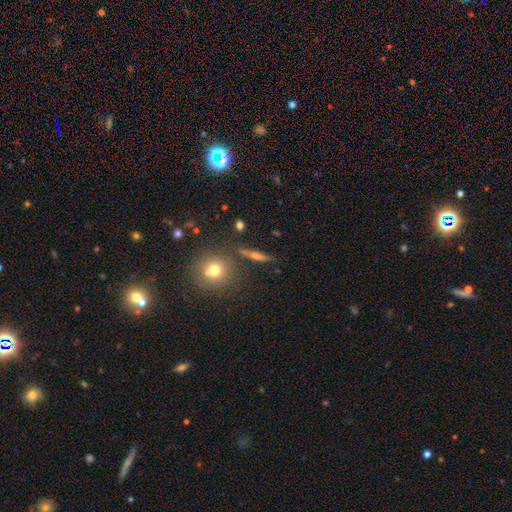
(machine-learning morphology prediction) Smooth or featured? featured or disk (43%)
Merging? none (83%)